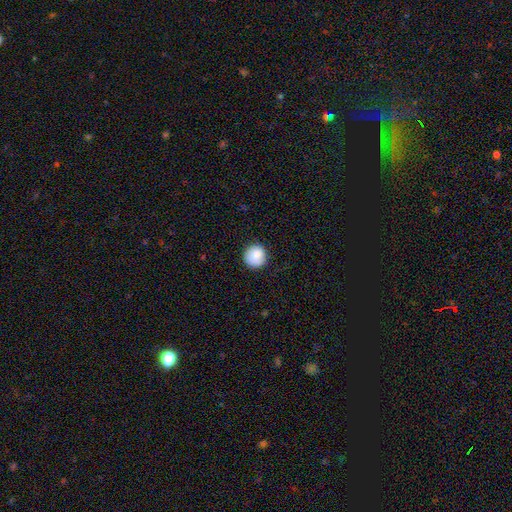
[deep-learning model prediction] A smooth galaxy with no disk features (87%) that is round (93%).

Vote fractions:
- Smooth or featured? smooth: 87% / star or artifact: 8% / featured or disk: 6%
- How rounded? round: 93% / in between: 6% / cigar-shaped: 1%
- Merging? none: 85% / minor disturbance: 12% / major disturbance: 2% / merger: 1%